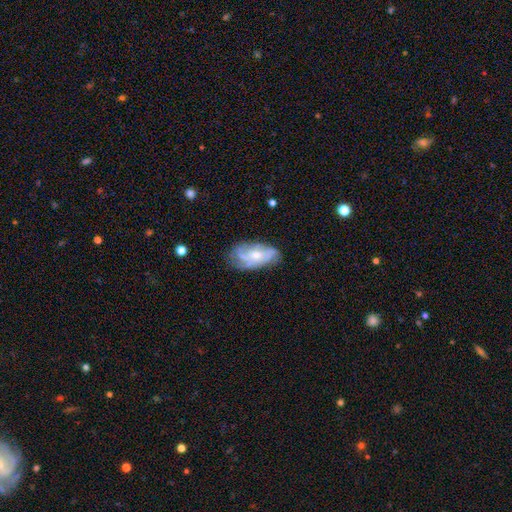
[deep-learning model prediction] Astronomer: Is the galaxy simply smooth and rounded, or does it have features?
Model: featured or disk — 69%.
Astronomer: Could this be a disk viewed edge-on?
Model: no — 94%.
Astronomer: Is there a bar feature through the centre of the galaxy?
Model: no — 70%.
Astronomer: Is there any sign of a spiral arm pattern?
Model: yes — 86%.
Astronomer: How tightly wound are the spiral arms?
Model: medium — 41% (runner-up: tight, 37%).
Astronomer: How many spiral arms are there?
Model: can't tell — 33% (runner-up: 3, 27%).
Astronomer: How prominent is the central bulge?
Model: small — 51% (runner-up: moderate, 44%).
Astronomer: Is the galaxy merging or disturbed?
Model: none — 60%.